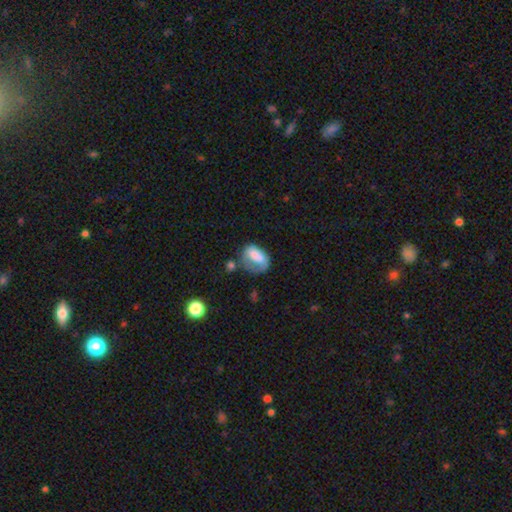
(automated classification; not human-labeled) Smooth or featured?
  - smooth: 65% *
  - featured or disk: 27%
  - star or artifact: 8%
How rounded?
  - in between: 80% *
  - round: 19%
  - cigar-shaped: 1%
Merging?
  - major disturbance: 34% *
  - none: 28%
  - minor disturbance: 28%
  - merger: 10%